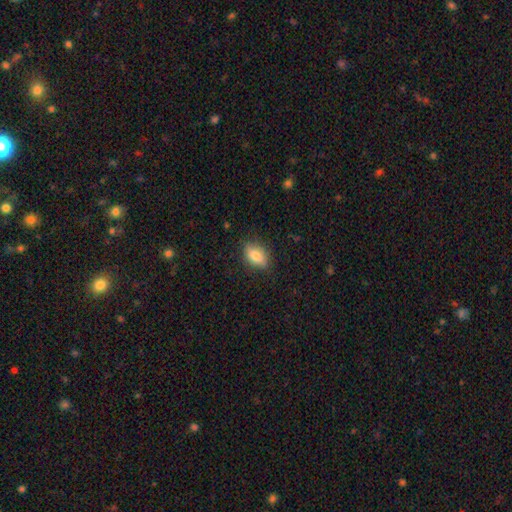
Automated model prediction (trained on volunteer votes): Smooth or featured? Predicted: smooth (p=0.76). How rounded? Predicted: in between (p=0.83). Merging? Predicted: none (p=0.82).